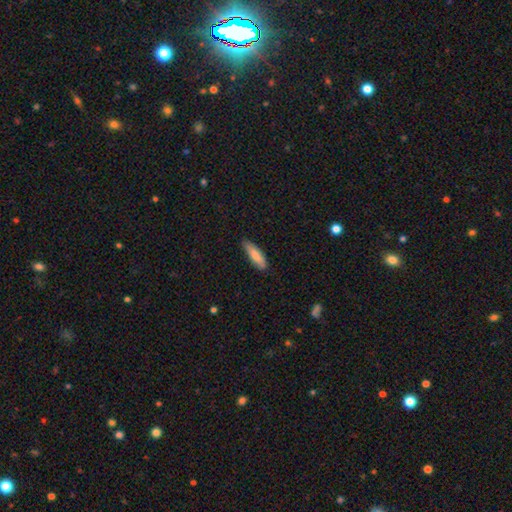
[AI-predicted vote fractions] A smooth galaxy with no disk features (82%) that is cigar-shaped (59%).

Vote fractions:
- Smooth or featured? smooth: 82% / featured or disk: 12% / star or artifact: 6%
- How rounded? cigar-shaped: 59% / in between: 40% / round: 2%
- Merging? none: 76% / minor disturbance: 20% / major disturbance: 3% / merger: 1%